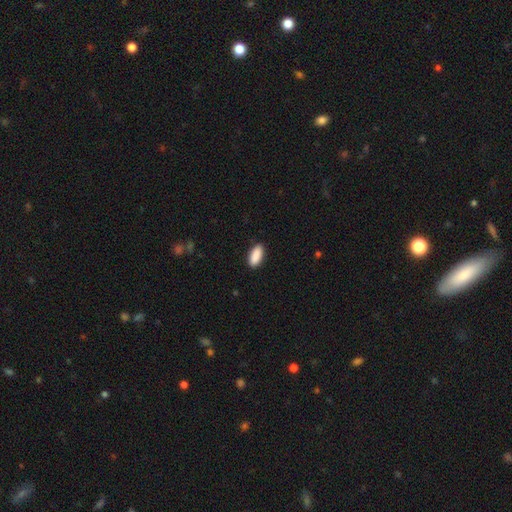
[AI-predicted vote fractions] Smooth or featured: smooth — 91% (star or artifact — 6%)
How rounded: in between — 85% (cigar-shaped — 13%)
Merging: none — 88% (minor disturbance — 9%)